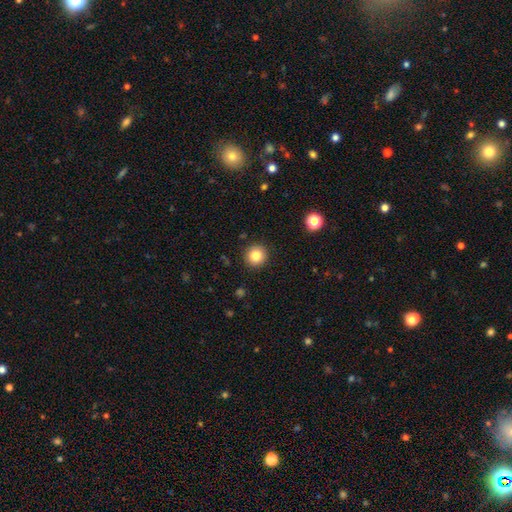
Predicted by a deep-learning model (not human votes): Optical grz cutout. It shows a smooth galaxy with no disk features (83%) that is round (94%). Merging: none (91%).